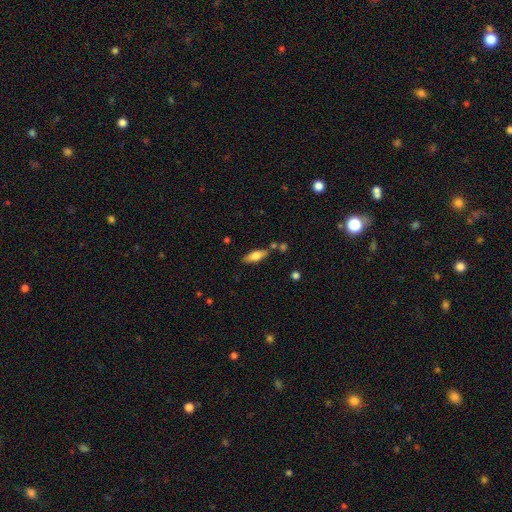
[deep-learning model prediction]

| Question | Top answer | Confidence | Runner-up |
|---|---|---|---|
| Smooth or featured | smooth | 68% | featured or disk (25%) |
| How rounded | in between | 58% | cigar-shaped (40%) |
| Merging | none | 75% | minor disturbance (14%) |